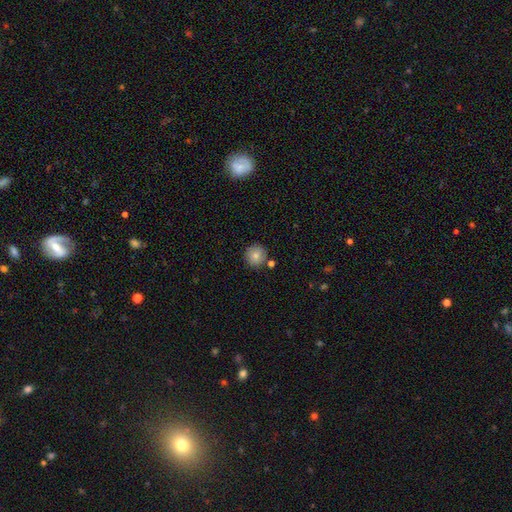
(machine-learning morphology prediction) smooth_or_featured: smooth (p=0.81) [alt: star or artifact p=0.10]
how_rounded: round (p=0.94) [alt: in between p=0.05]
merging: none (p=0.83) [alt: minor disturbance p=0.09]